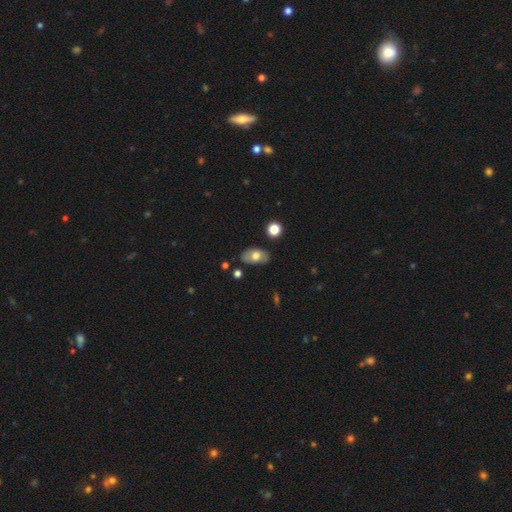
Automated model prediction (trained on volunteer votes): Smooth or featured?
  - smooth: 66% *
  - featured or disk: 27%
  - star or artifact: 7%
How rounded?
  - in between: 91% *
  - round: 7%
  - cigar-shaped: 2%
Merging?
  - none: 78% *
  - minor disturbance: 16%
  - major disturbance: 3%
  - merger: 3%